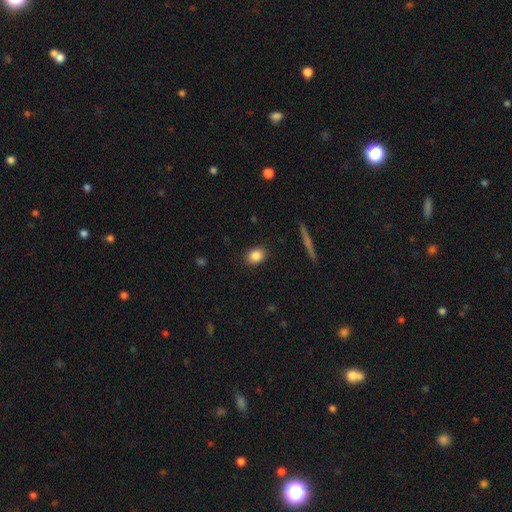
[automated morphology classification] The model was most divided on "how rounded": in between: 56%, round: 42%, cigar-shaped: 2%. More confident: merging — none (89%); smooth or featured — smooth (85%).